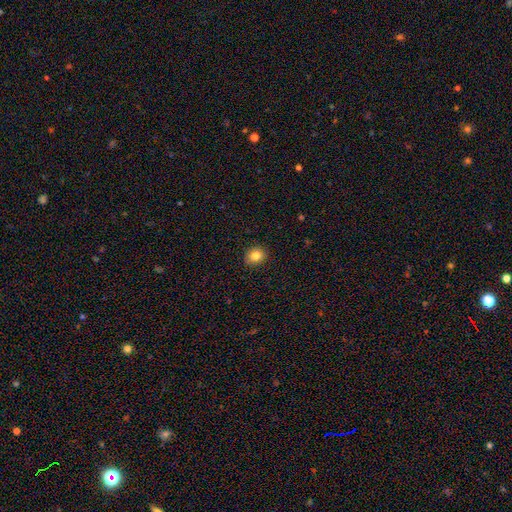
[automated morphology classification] smooth-or-featured: smooth: 83% | star or artifact: 10% | featured or disk: 7%
  how-rounded: round: 59% | in between: 40% | cigar-shaped: 1%
  merging: none: 90% | minor disturbance: 8% | major disturbance: 2% | merger: 1%